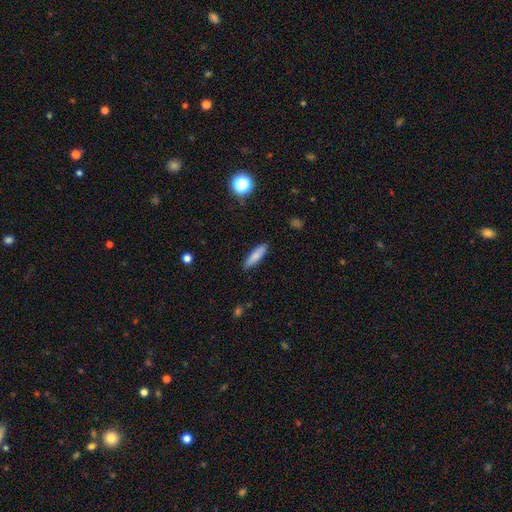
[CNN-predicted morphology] The model was most divided on "how rounded": cigar-shaped: 72%, in between: 26%, round: 2%. More confident: merging — none (89%); smooth or featured — smooth (80%).